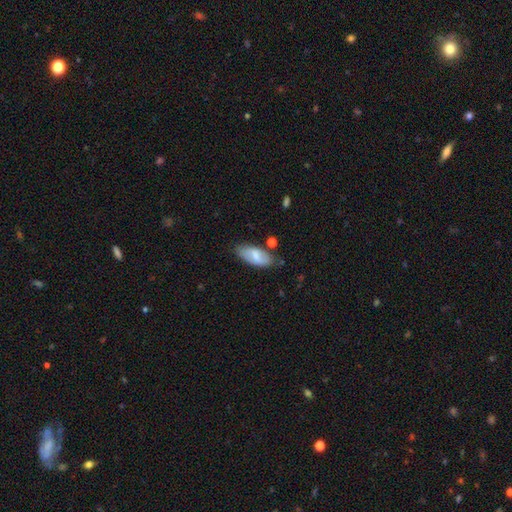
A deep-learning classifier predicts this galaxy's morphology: A smooth galaxy with no disk features (69%) that is in between round and cigar-shaped (89%).

Vote fractions:
- Smooth or featured? smooth: 69% / featured or disk: 25% / star or artifact: 6%
- How rounded? in between: 89% / cigar-shaped: 9% / round: 2%
- Merging? none: 74% / minor disturbance: 18% / major disturbance: 4% / merger: 3%